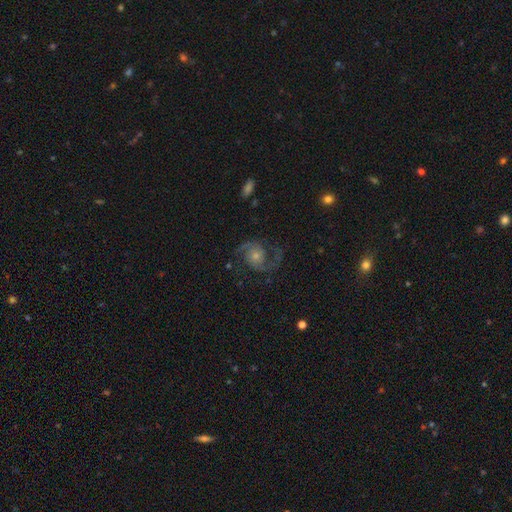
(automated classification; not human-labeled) smooth-or-featured: featured or disk: 88% | star or artifact: 7% | smooth: 5%
  disk-edge-on: no: 98% | yes: 2%
    bar: no: 72% | weak: 23% | strong: 5%
    has-spiral-arms: yes: 98% | no: 2%
      spiral-winding: medium: 59% | tight: 21% | loose: 20%
      spiral-arm-count: 2: 92% | can't tell: 2% | 3: 2% | 1: 2% | 4: 1% | more than 4: 1%
    bulge-size: small: 54% | moderate: 36% | large: 5% | none: 4% | dominant: 1%
  merging: none: 78% | minor disturbance: 13% | major disturbance: 9% | merger: 1%